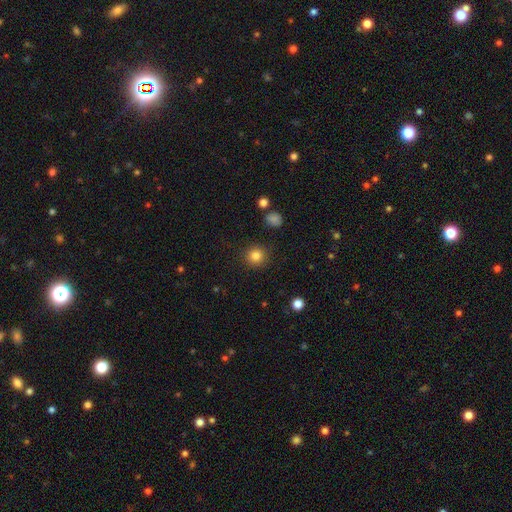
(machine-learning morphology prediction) type=smooth (83%); roundness=round (93%); merging=none (90%).